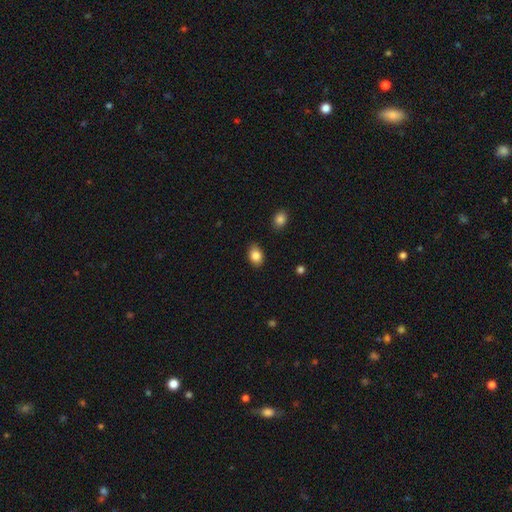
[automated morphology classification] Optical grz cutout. It shows a smooth galaxy with no disk features (85%) that is in between round and cigar-shaped (71%). Merging: none (82%).